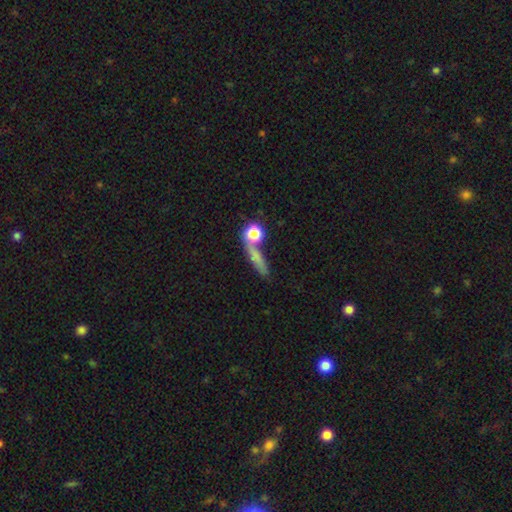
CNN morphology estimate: This is likely a smooth galaxy (62%). How rounded: possibly cigar-shaped (55%). Merging: likely none (61%).